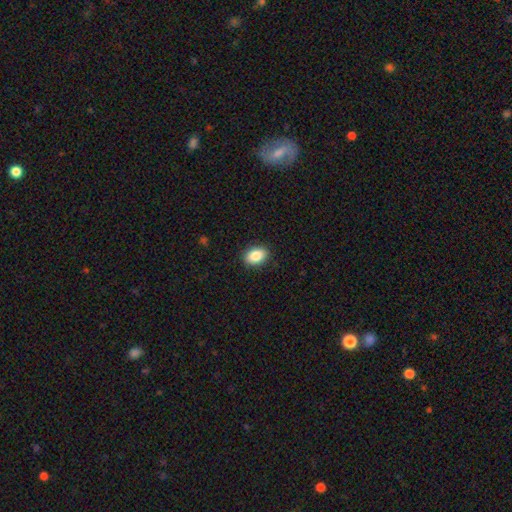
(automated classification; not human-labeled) Q: Smooth or featured?
A: smooth (87%); runner-up: star or artifact (8%)
Q: How rounded?
A: in between (81%); runner-up: round (18%)
Q: Merging?
A: none (89%); runner-up: minor disturbance (8%)